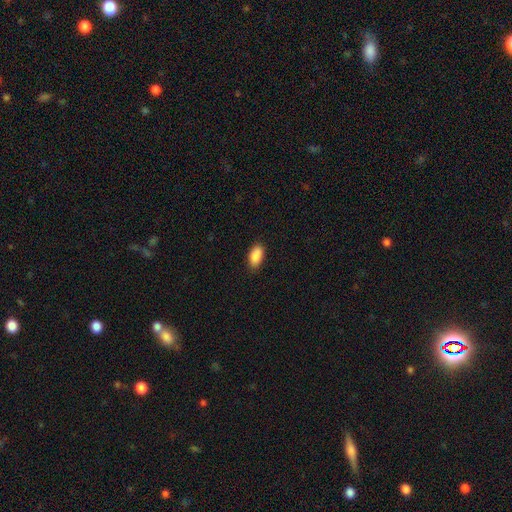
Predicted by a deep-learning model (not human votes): smooth 90%, star or artifact 7%, featured or disk 3%. Down the decision tree: how rounded — in between (93%); merging — none (85%).